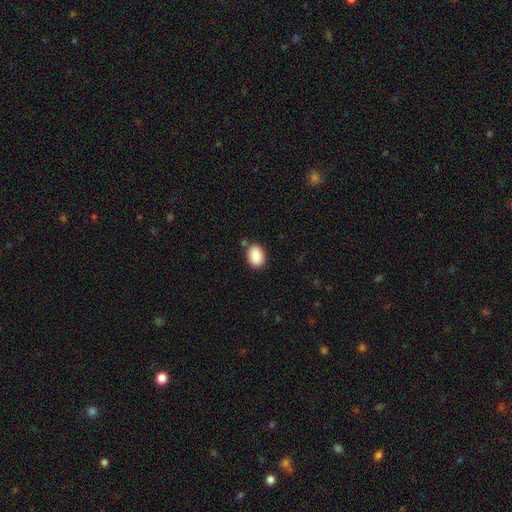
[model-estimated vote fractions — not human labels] Smooth or featured? Predicted: smooth (p=0.88). How rounded? Predicted: in between (p=0.78). Merging? Predicted: none (p=0.78).